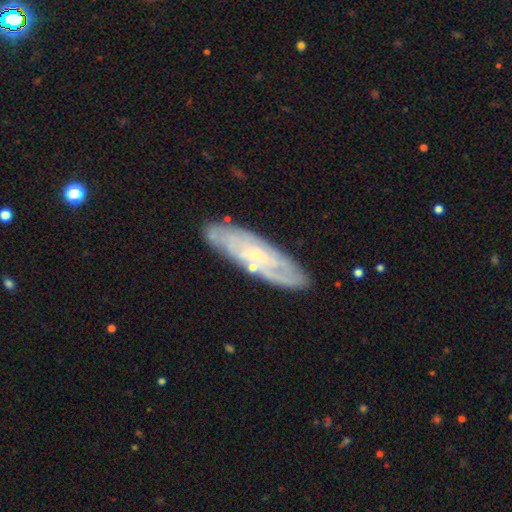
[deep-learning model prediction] Smooth or featured? Predicted: featured or disk (p=0.65). Edge-on disk? Predicted: no (p=0.71). Merging? Predicted: none (p=0.80).